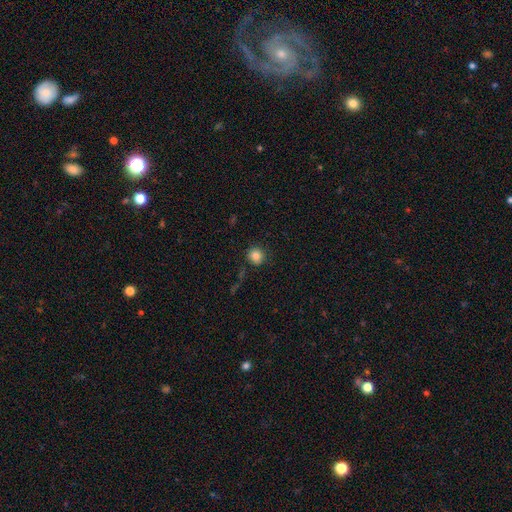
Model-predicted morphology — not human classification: smooth-or-featured: smooth: 84% | star or artifact: 11% | featured or disk: 5%
  how-rounded: round: 90% | in between: 9% | cigar-shaped: 1%
  merging: none: 85% | minor disturbance: 9% | major disturbance: 3% | merger: 2%